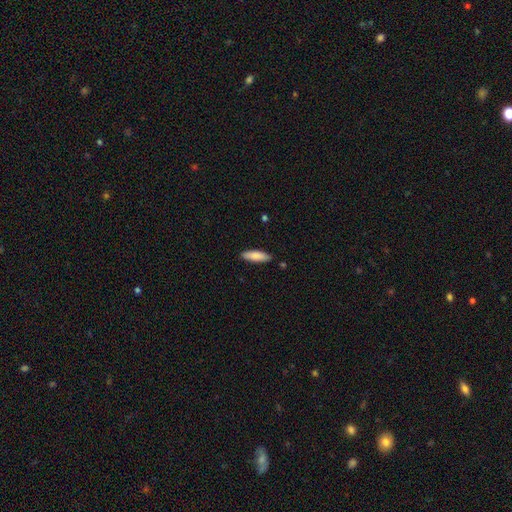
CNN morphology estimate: This appears to be a smooth galaxy with no disk features (85%) that is cigar-shaped (55%). Merging: none (86%).